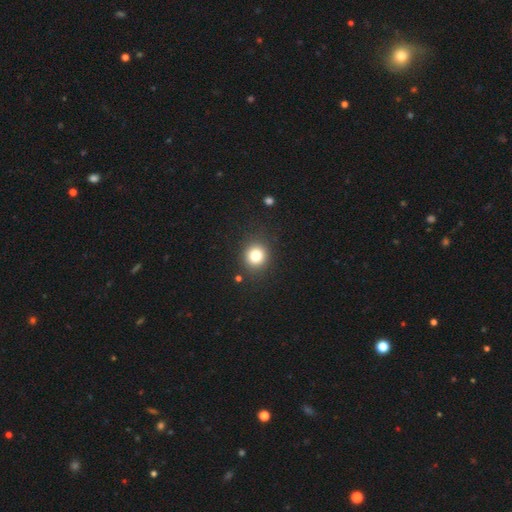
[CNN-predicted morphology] Q: Smooth or featured?
A: smooth (81%); runner-up: star or artifact (12%)
Q: How rounded?
A: round (86%); runner-up: in between (13%)
Q: Merging?
A: none (87%); runner-up: minor disturbance (8%)